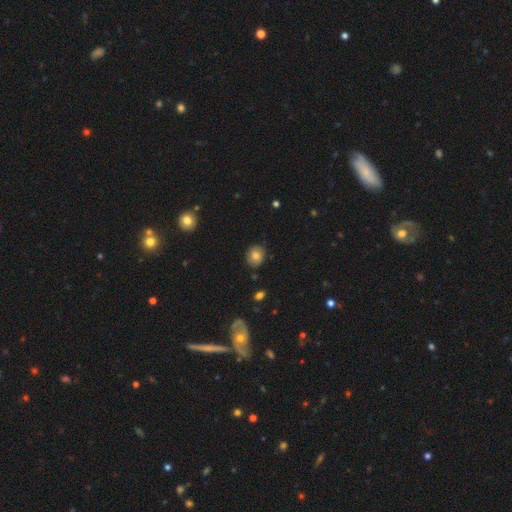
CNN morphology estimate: Q: Smooth or featured?
A: smooth (75%); runner-up: featured or disk (15%)
Q: How rounded?
A: round (74%); runner-up: in between (25%)
Q: Merging?
A: none (83%); runner-up: minor disturbance (13%)